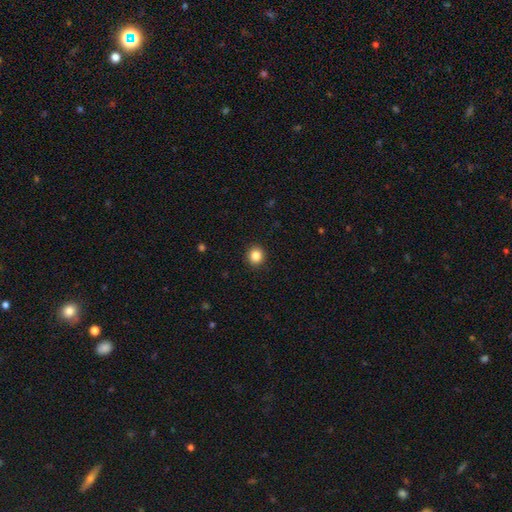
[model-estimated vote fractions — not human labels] Overall: smooth (85%). How rounded: round (90%). Merging: none (93%).